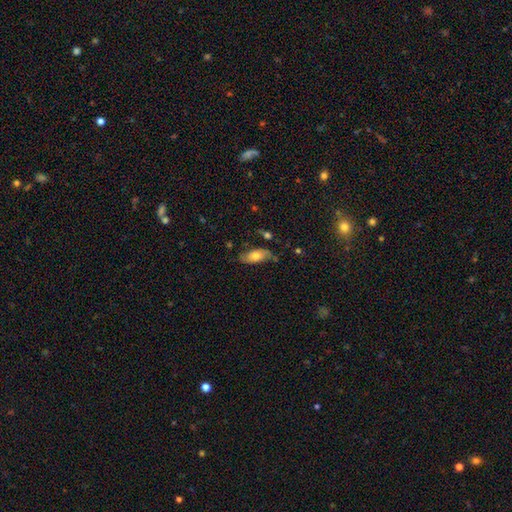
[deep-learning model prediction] smooth-or-featured: smooth: 57% | featured or disk: 35% | star or artifact: 7%
  how-rounded: in between: 85% | cigar-shaped: 12% | round: 3%
  merging: none: 66% | minor disturbance: 23% | major disturbance: 7% | merger: 4%